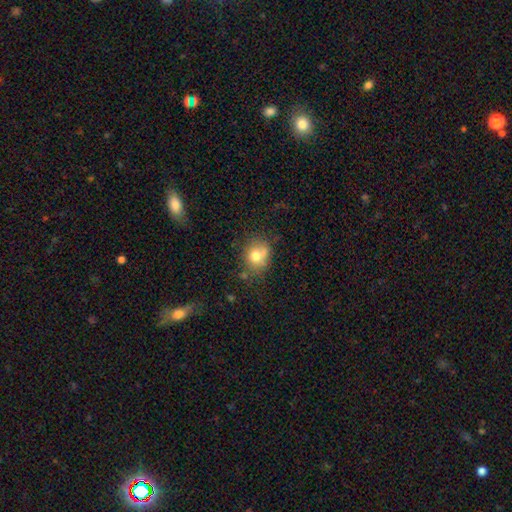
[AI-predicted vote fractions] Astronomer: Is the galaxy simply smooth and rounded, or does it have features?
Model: smooth — 73%.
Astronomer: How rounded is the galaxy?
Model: round — 67%.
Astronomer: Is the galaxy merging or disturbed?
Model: none — 57%.